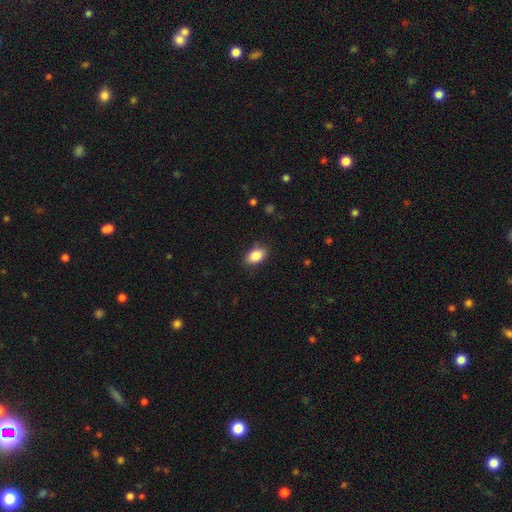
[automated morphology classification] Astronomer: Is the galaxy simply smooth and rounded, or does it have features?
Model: smooth — 86%.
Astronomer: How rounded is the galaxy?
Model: in between — 89%.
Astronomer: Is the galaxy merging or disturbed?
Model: none — 86%.